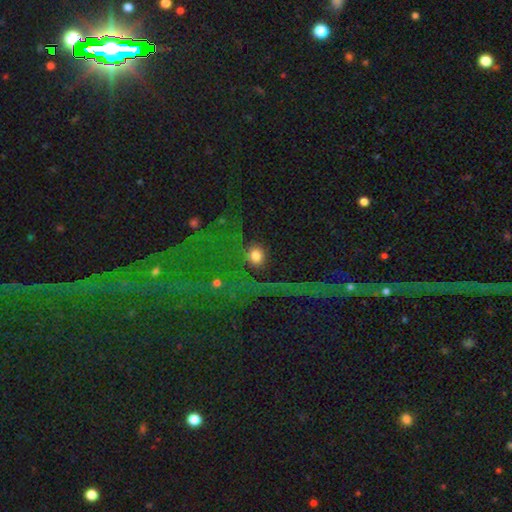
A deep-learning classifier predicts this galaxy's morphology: type=smooth (70%); roundness=round (81%); merging=none (74%).